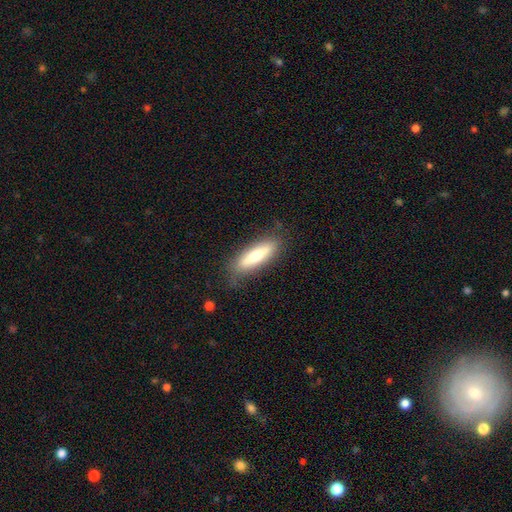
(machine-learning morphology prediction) This appears to be a smooth galaxy with no disk features (66%) that is cigar-shaped (56%). Merging: none (80%).